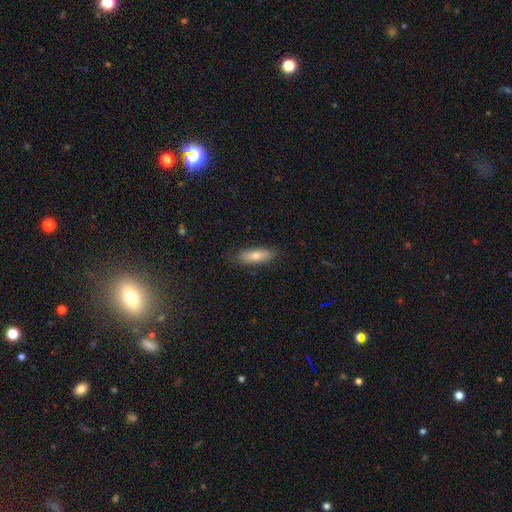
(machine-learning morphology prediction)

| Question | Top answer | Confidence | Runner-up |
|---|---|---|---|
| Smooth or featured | smooth | 74% | featured or disk (18%) |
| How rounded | in between | 65% | cigar-shaped (33%) |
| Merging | none | 85% | minor disturbance (11%) |